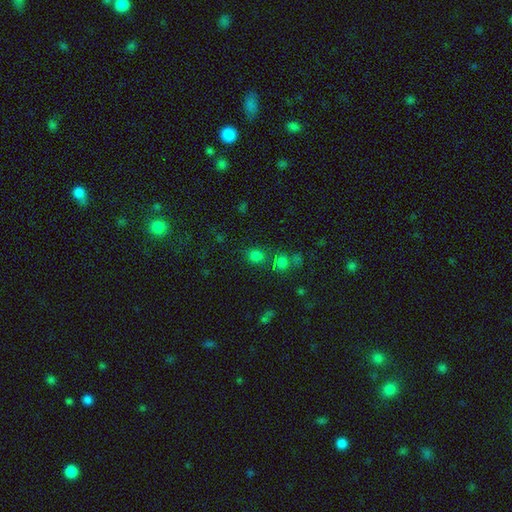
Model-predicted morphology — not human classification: A smooth galaxy with no disk features (69%) that is round (69%).

Vote fractions:
- Smooth or featured? smooth: 69% / star or artifact: 26% / featured or disk: 5%
- How rounded? round: 69% / in between: 29% / cigar-shaped: 1%
- Merging? none: 72% / minor disturbance: 12% / merger: 11% / major disturbance: 5%